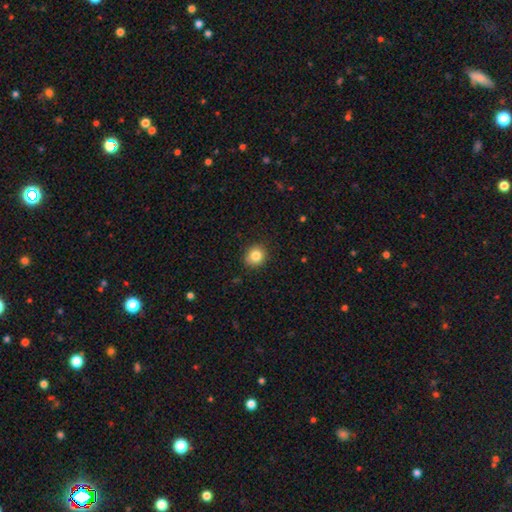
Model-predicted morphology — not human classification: Smooth or featured? Predicted: smooth (p=0.84). How rounded? Predicted: round (p=0.84). Merging? Predicted: none (p=0.86).